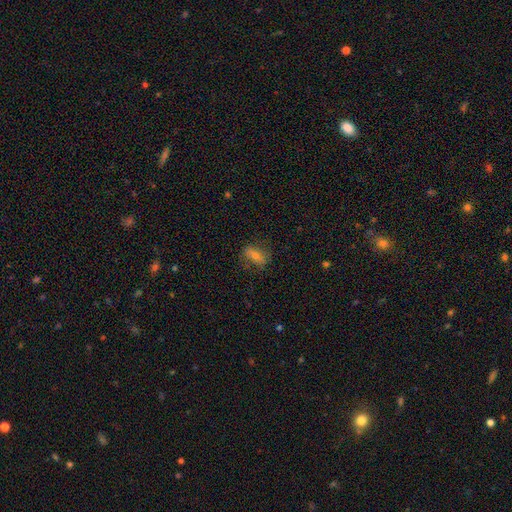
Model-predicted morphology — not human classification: Smooth or featured? Predicted: smooth (p=0.62). How rounded? Predicted: in between (p=0.76). Merging? Predicted: none (p=0.73).